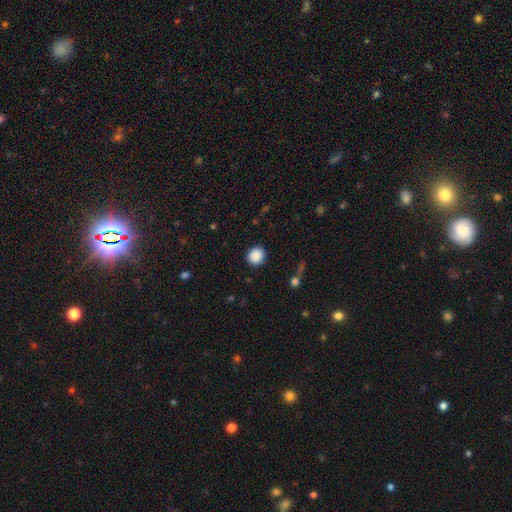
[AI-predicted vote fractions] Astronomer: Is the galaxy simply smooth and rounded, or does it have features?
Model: smooth — 89%.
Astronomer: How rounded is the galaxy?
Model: round — 88%.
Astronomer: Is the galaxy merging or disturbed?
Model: none — 90%.